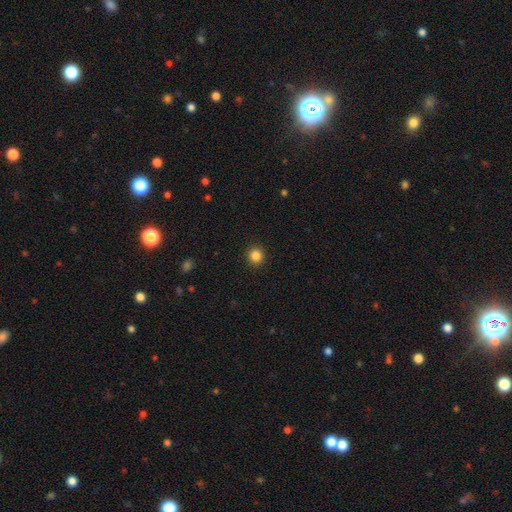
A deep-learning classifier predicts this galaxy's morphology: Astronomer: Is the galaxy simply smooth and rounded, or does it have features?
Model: smooth — 85%.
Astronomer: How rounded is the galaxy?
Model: round — 92%.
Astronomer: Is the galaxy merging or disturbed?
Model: none — 92%.